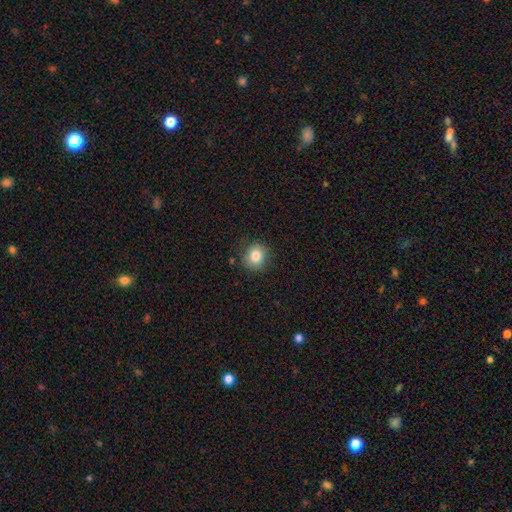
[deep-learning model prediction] Smooth or featured? Predicted: smooth (p=0.82). How rounded? Predicted: round (p=0.80). Merging? Predicted: none (p=0.83).